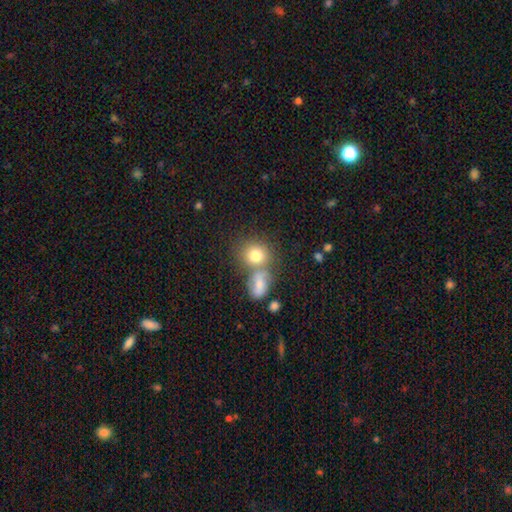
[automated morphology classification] smooth-or-featured: smooth: 78% | featured or disk: 12% | star or artifact: 10%
  how-rounded: round: 70% | in between: 29% | cigar-shaped: 1%
  merging: none: 48% | merger: 37% | minor disturbance: 10% | major disturbance: 4%